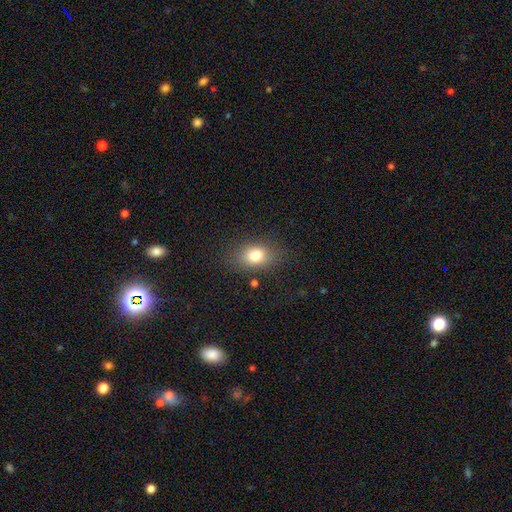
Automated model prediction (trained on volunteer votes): The model was most divided on "how rounded": in between: 66%, round: 32%, cigar-shaped: 2%. More confident: merging — none (82%); smooth or featured — smooth (79%).